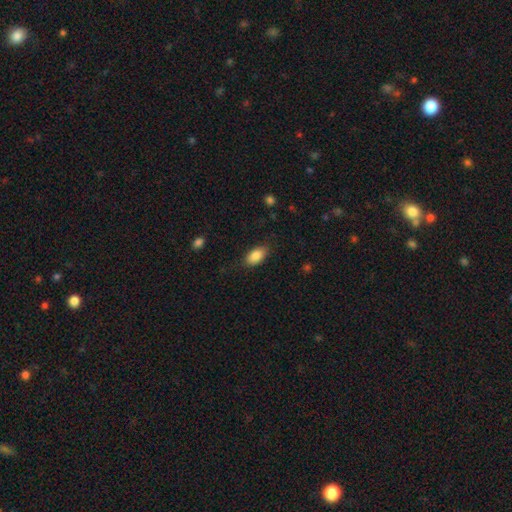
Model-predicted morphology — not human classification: Overall: smooth (86%). How rounded: in between (92%). Merging: none (81%).